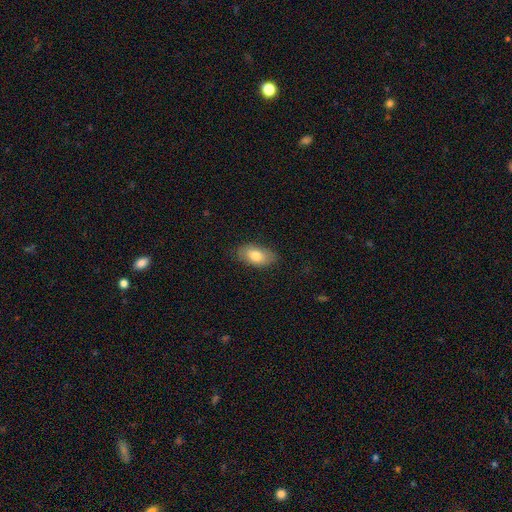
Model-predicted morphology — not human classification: smooth 77%, featured or disk 16%, star or artifact 7%. Down the decision tree: how rounded — in between (92%); merging — none (83%).